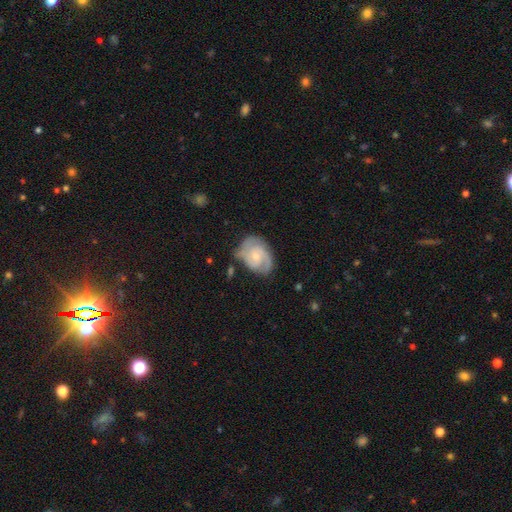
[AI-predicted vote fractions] A featured or disk galaxy (78%) with no bar (65%), 2 (57%) tight (44%, tied with medium) spiral arms (94%) and a small central bulge (60%). Merging: none (60%).